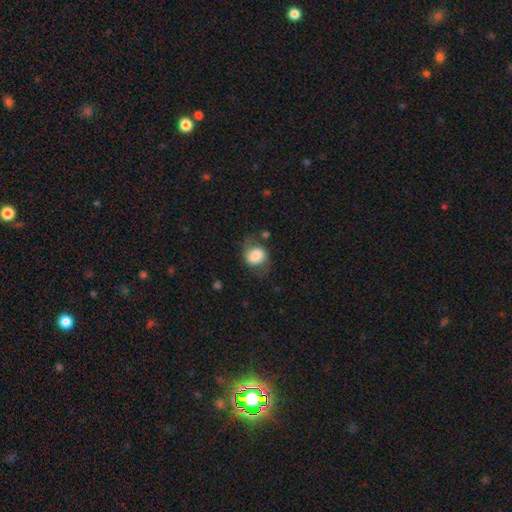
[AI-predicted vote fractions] smooth 64%, featured or disk 28%, star or artifact 8%. Down the decision tree: how rounded — round (56%); merging — none (56%).